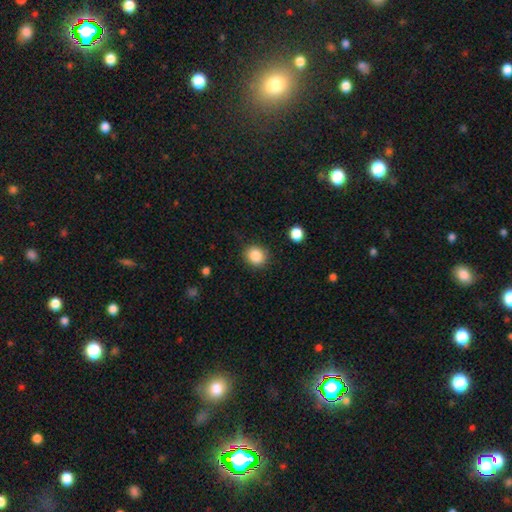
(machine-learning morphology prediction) smooth_or_featured: smooth (p=0.86) [alt: star or artifact p=0.09]
how_rounded: round (p=0.77) [alt: in between p=0.23]
merging: none (p=0.87) [alt: minor disturbance p=0.09]